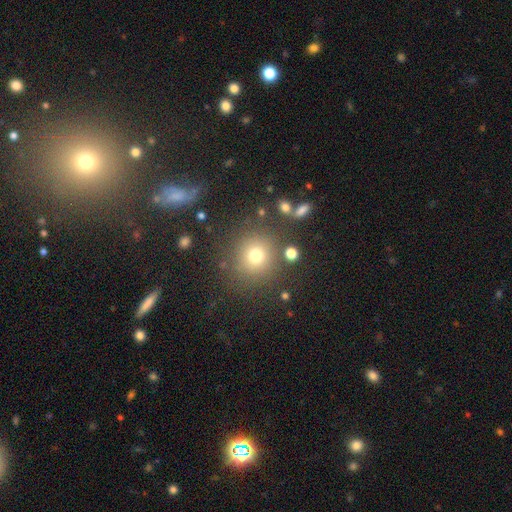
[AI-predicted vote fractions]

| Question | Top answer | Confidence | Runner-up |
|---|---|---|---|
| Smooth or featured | smooth | 72% | star or artifact (17%) |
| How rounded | round | 91% | in between (8%) |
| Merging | none | 82% | minor disturbance (9%) |